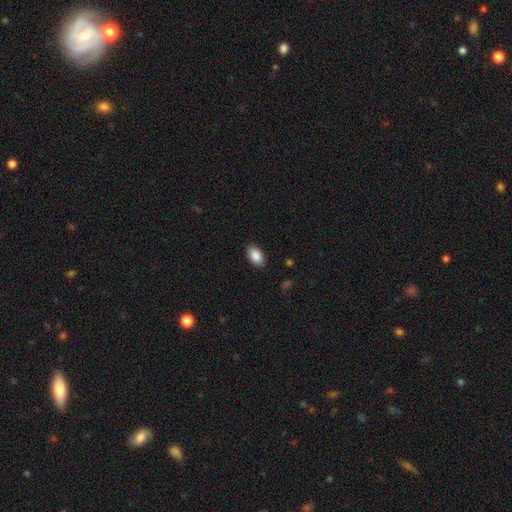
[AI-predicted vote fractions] Morphology: type=smooth (89%); roundness=in between (92%); merging=none (88%).